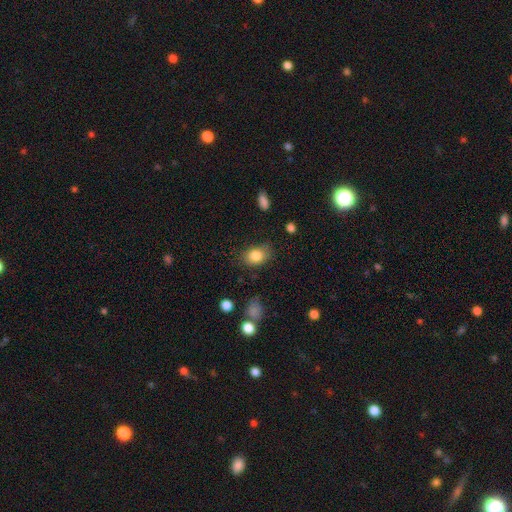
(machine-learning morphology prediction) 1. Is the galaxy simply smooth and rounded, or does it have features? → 83% smooth, 9% star or artifact, 8% featured or disk.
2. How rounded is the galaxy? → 75% in between, 24% round, 1% cigar-shaped.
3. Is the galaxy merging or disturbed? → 76% none, 17% minor disturbance, 5% major disturbance, 2% merger.